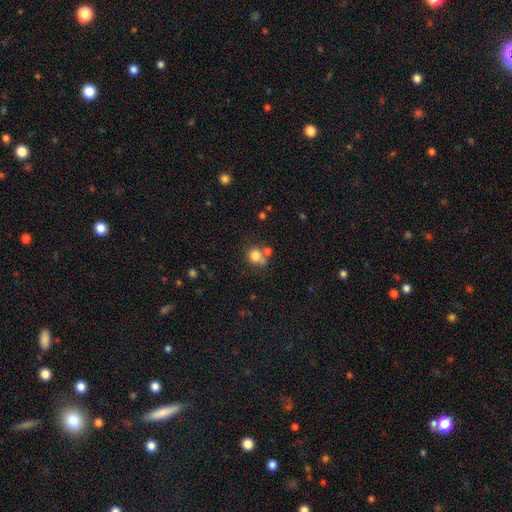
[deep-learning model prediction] The model was most divided on "merging": none: 50%, merger: 28%, minor disturbance: 15%, major disturbance: 7%. More confident: smooth or featured — smooth (80%); how rounded — round (73%).